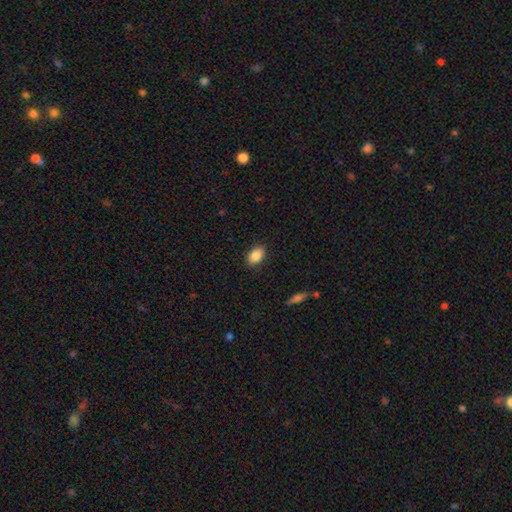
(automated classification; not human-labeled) Smooth or featured? Predicted: smooth (p=0.87). How rounded? Predicted: in between (p=0.87). Merging? Predicted: none (p=0.86).